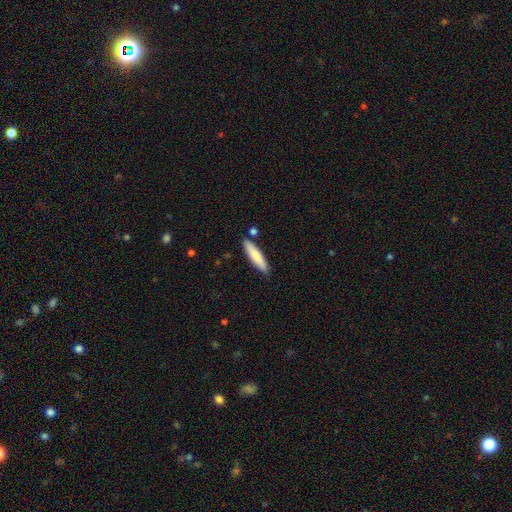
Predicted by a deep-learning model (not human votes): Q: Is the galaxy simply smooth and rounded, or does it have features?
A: smooth — 79%.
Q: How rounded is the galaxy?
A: cigar-shaped — 77%.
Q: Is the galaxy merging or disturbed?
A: none — 83%.